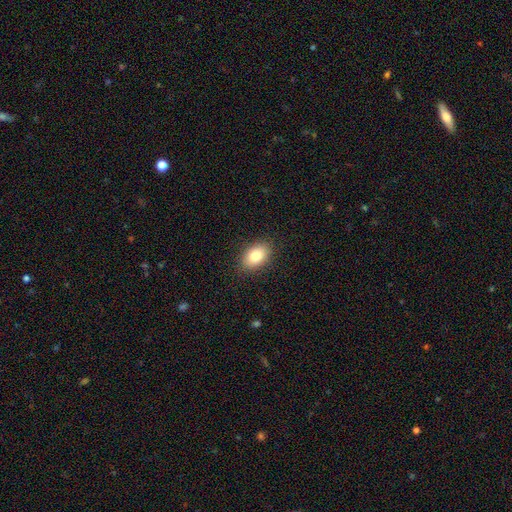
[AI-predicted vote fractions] The model was most divided on "smooth or featured": smooth: 83%, featured or disk: 10%, star or artifact: 8%. More confident: how rounded — in between (89%); merging — none (88%).